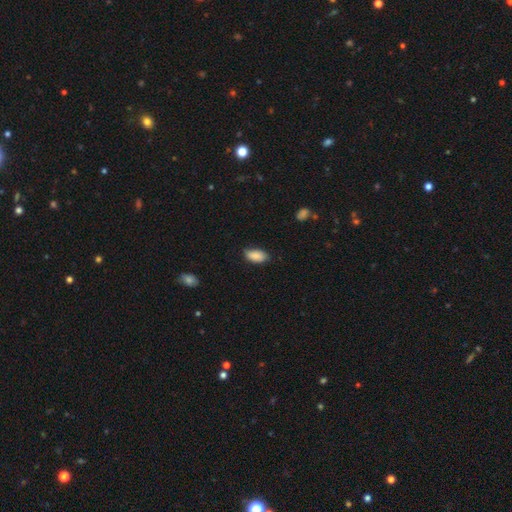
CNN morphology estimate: Smooth or featured? smooth (89%)
How rounded? in between (93%)
Merging? none (75%)